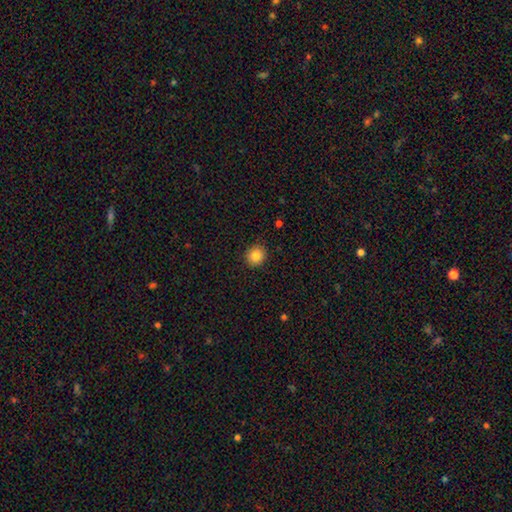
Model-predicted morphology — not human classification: Overall: smooth (85%). How rounded: round (90%). Merging: none (90%).